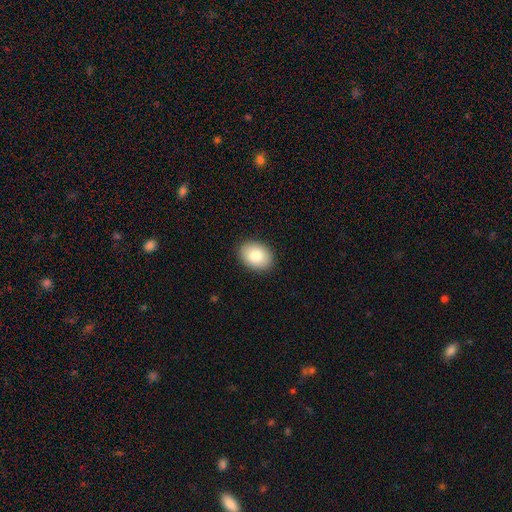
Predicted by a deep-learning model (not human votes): Smooth or featured: smooth — 82% (featured or disk — 11%)
How rounded: in between — 74% (round — 25%)
Merging: none — 90% (minor disturbance — 8%)